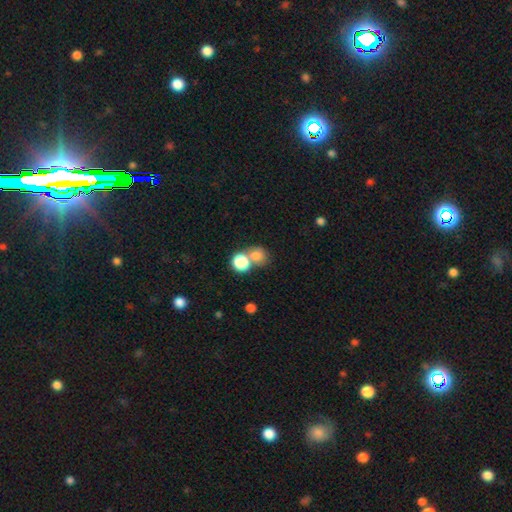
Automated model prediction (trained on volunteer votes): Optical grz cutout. It shows a smooth galaxy with no disk features (76%) that is round (75%). Merging: none (44%).